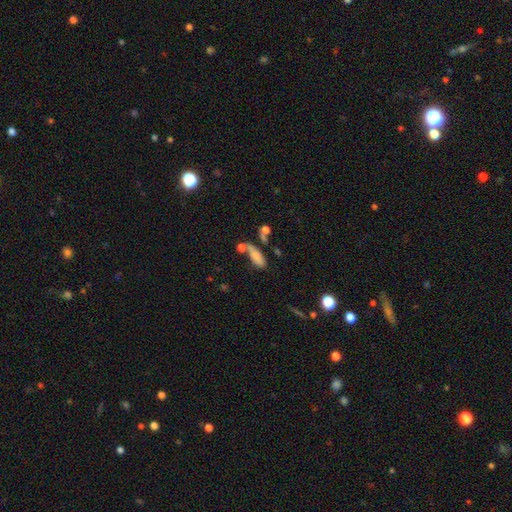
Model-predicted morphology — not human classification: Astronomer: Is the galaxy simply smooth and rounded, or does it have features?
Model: smooth — 73%.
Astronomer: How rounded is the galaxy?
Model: in between — 65%.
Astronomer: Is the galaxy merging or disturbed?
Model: none — 43% (runner-up: merger, 26%).